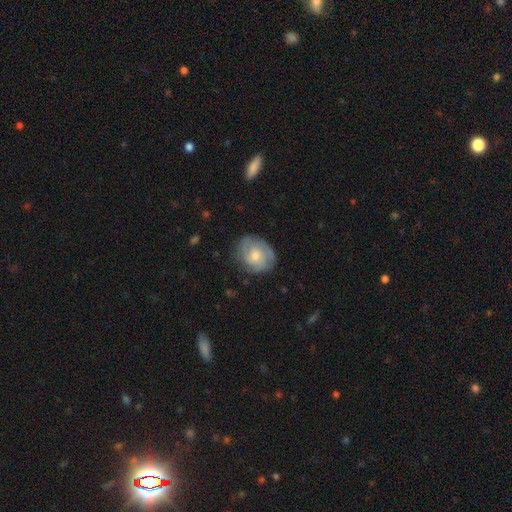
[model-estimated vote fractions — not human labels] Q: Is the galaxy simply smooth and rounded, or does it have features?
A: featured or disk — 58%.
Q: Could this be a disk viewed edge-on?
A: no — 97%.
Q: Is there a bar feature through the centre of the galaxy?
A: no — 72%.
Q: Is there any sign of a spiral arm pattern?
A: yes — 83%.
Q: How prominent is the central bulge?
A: moderate — 47%.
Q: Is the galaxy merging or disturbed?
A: none — 72%.